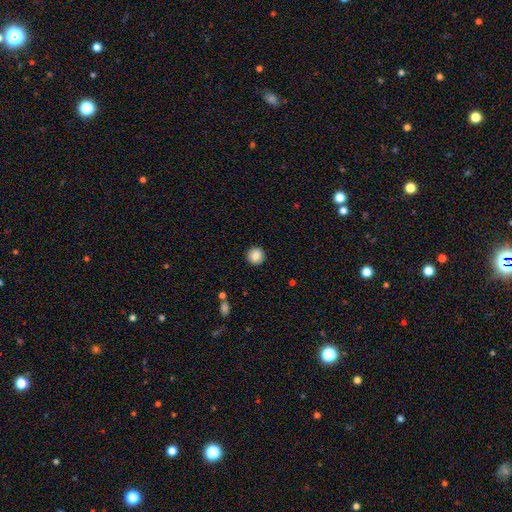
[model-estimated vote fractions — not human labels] Overall: smooth (87%). How rounded: round (94%). Merging: none (91%).